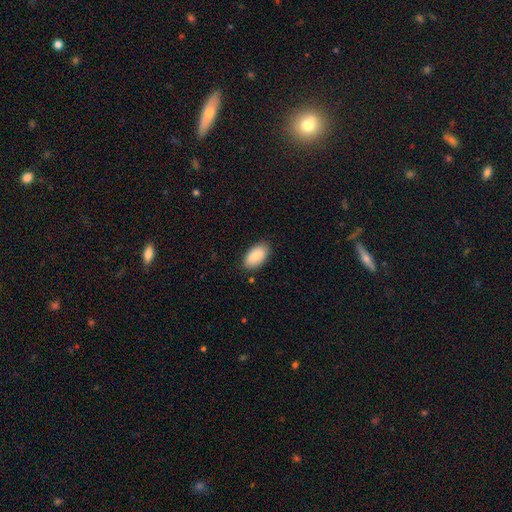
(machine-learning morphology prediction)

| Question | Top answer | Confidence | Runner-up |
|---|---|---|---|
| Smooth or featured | smooth | 86% | featured or disk (7%) |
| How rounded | in between | 95% | round (3%) |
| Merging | none | 85% | minor disturbance (11%) |